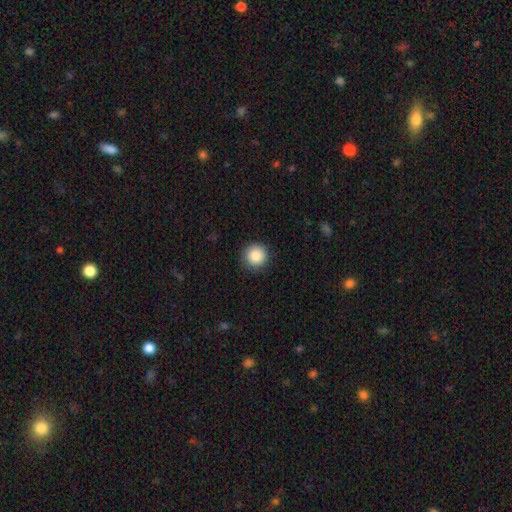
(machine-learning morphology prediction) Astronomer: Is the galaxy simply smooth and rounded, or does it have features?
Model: smooth — 87%.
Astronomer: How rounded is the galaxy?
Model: round — 95%.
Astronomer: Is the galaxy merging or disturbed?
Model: none — 91%.